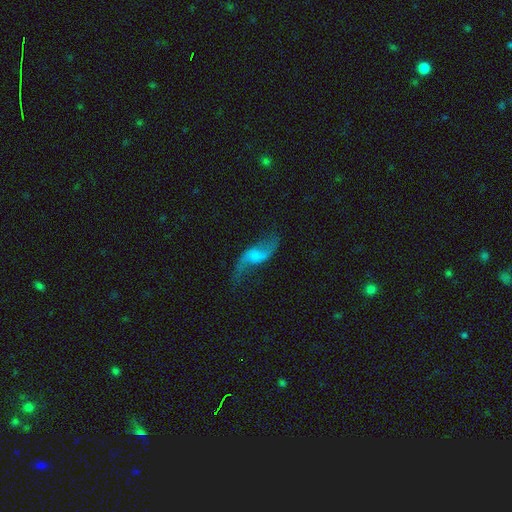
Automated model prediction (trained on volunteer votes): Overall: featured or disk (80%). Edge-on disk: no (94%). Bar: no (49%; weak 39%). Spiral arms: yes (94%). Spiral arm count: 2 (93%). Spiral winding: loose (91%). Bulge size: none (49%; small 23%). Merging: none (68%).